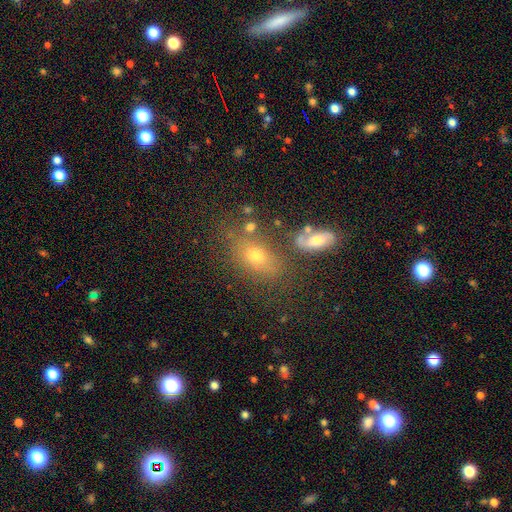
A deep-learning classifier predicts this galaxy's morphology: Smooth or featured: smooth — 64% (featured or disk — 20%)
How rounded: in between — 78% (round — 17%)
Merging: none — 63% (minor disturbance — 16%)